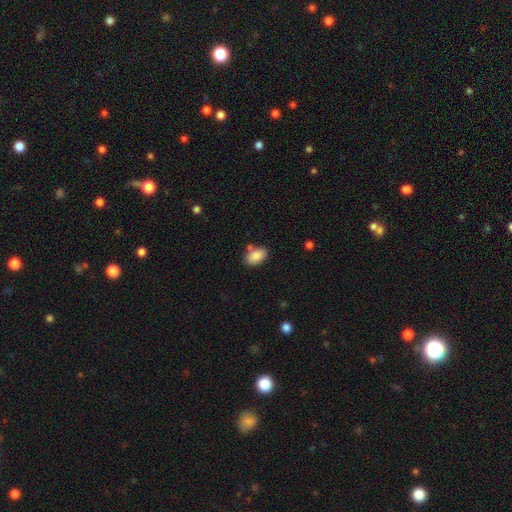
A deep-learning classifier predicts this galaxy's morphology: smooth-or-featured: smooth: 87% | star or artifact: 7% | featured or disk: 5%
  how-rounded: in between: 91% | round: 8% | cigar-shaped: 1%
  merging: none: 75% | minor disturbance: 14% | merger: 8% | major disturbance: 3%